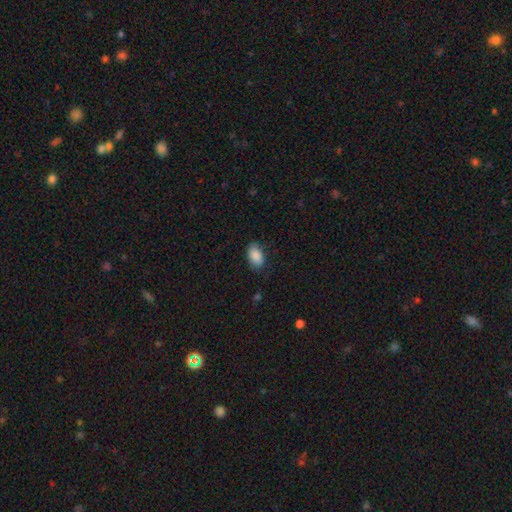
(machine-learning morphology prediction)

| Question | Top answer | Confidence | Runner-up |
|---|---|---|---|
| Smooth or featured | smooth | 88% | star or artifact (7%) |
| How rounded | in between | 92% | round (6%) |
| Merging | none | 78% | minor disturbance (17%) |